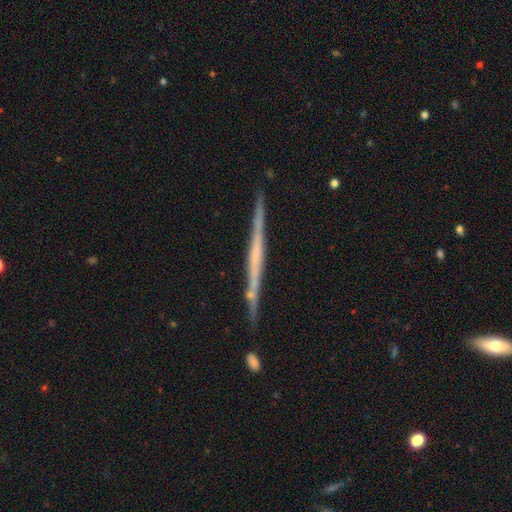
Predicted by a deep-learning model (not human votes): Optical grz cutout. It shows a featured or disk galaxy (71%) viewed edge-on (98%) with no central bulge (75%). Merging: none (86%).